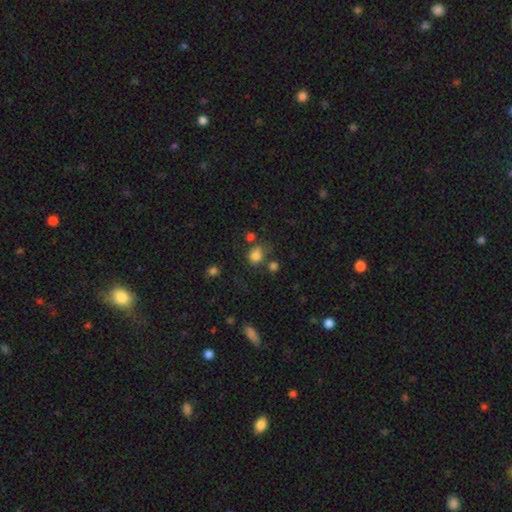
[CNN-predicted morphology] type=smooth (77%); roundness=round (72%); merging=none (59%).